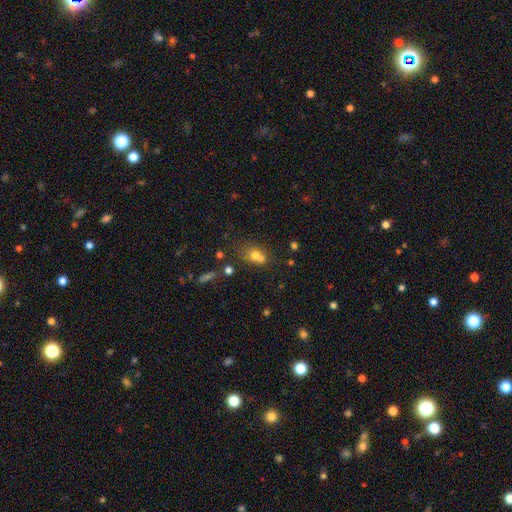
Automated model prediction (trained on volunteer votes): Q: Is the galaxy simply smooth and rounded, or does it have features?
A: smooth — 67%.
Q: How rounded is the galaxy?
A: round — 63%.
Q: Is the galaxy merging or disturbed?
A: merger — 53%.